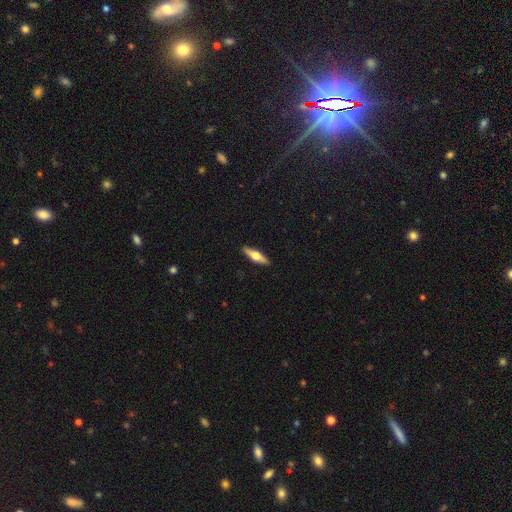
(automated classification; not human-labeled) A featured or disk galaxy (53%) viewed edge-on (94%) with a rounded central bulge (94%).

Vote fractions:
- Smooth or featured? featured or disk: 53% / smooth: 41% / star or artifact: 5%
- Edge-on disk? yes: 94% / no: 6%
- Edge-on bulge? rounded: 94% / boxy: 4% / none: 2%
- Merging? none: 91% / minor disturbance: 7% / major disturbance: 1% / merger: 1%